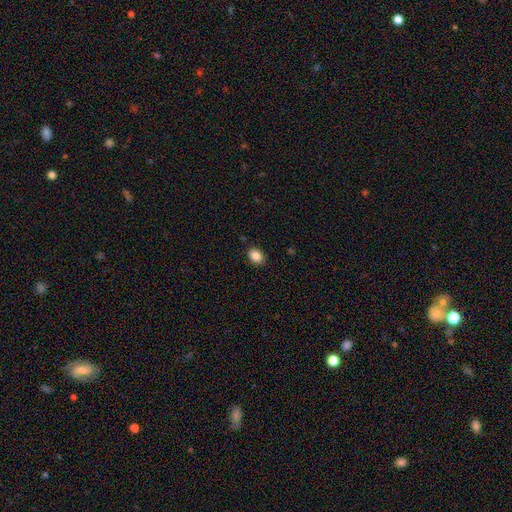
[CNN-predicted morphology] Q: Smooth or featured?
A: smooth (87%); runner-up: star or artifact (9%)
Q: How rounded?
A: in between (65%); runner-up: round (34%)
Q: Merging?
A: none (88%); runner-up: minor disturbance (8%)